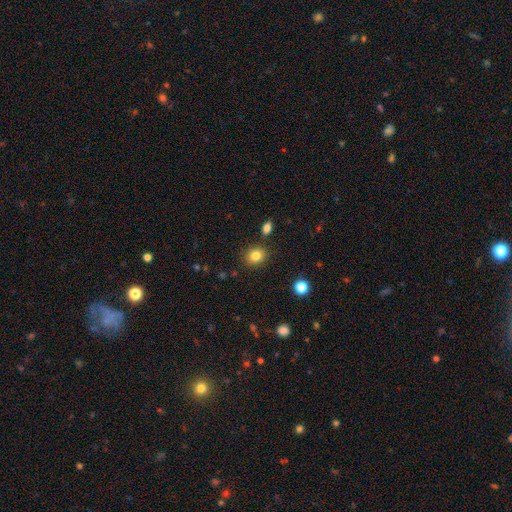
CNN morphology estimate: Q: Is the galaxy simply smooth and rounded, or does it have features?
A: smooth — 83%.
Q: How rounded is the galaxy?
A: round — 62%.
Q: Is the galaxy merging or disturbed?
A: none — 86%.